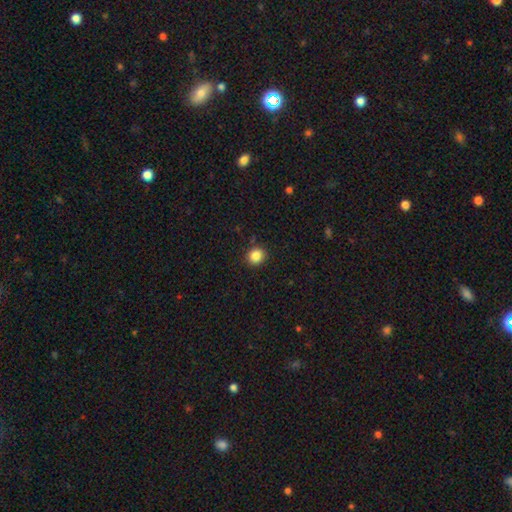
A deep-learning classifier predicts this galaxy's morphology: smooth 85%, star or artifact 11%, featured or disk 4%. Down the decision tree: how rounded — round (85%); merging — none (89%).